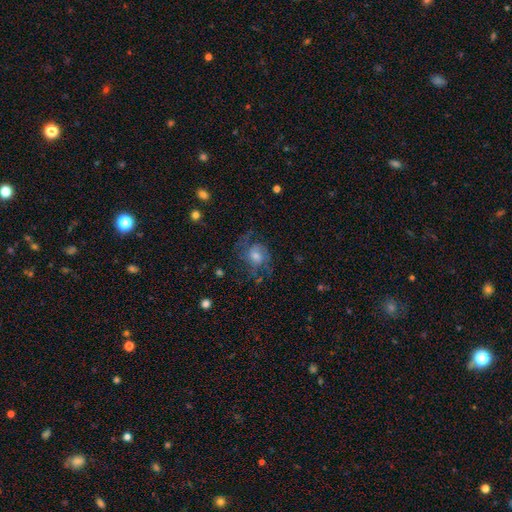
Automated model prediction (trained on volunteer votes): Smooth or featured? Predicted: featured or disk (p=0.65). Edge-on disk? Predicted: no (p=0.97). Bar? Predicted: no (p=0.66). Spiral arms? Predicted: yes (p=0.87). Spiral winding? Predicted: medium (p=0.48). Spiral arm count? Predicted: 2 (p=0.48). Bulge size? Predicted: moderate (p=0.53). Merging? Predicted: none (p=0.60).